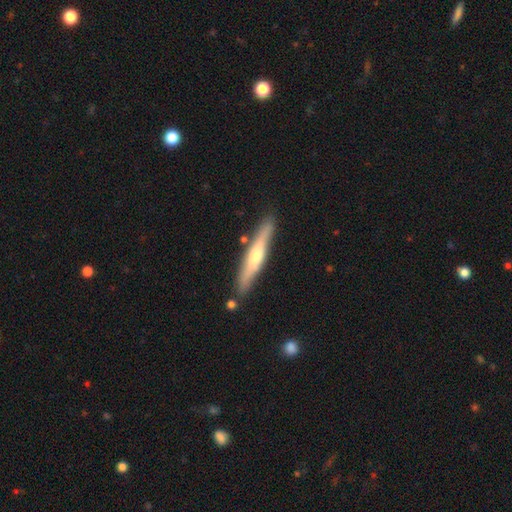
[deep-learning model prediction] This is possibly a featured or disk galaxy (58%). It is clearly viewed edge-on (94%). Edge-on bulge: likely rounded (76%). Merging: clearly none (85%).